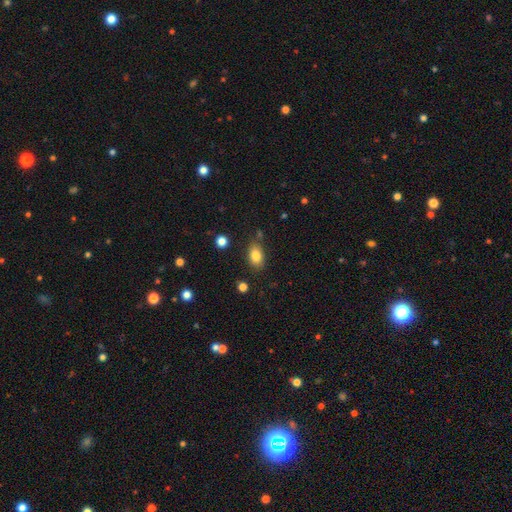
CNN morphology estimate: Overall: smooth (83%). How rounded: in between (84%). Merging: none (78%).